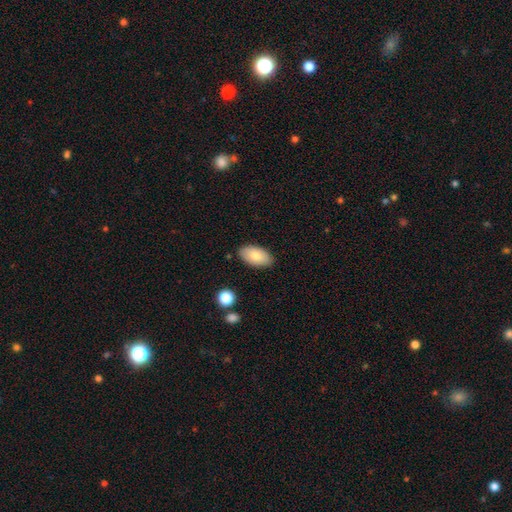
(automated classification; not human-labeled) Overall: smooth (81%). How rounded: in between (95%). Merging: none (85%).